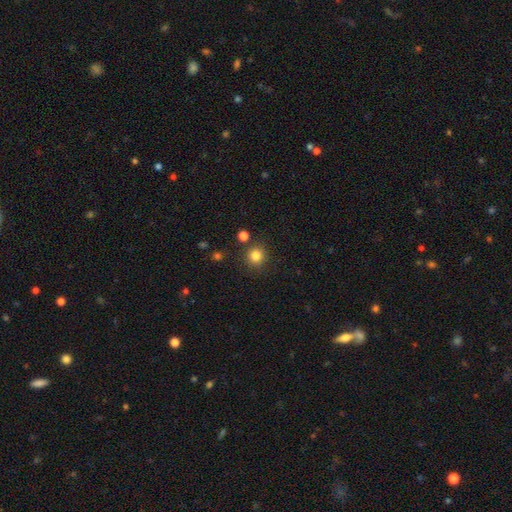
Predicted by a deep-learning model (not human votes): smooth_or_featured: smooth (p=0.83) [alt: star or artifact p=0.12]
how_rounded: round (p=0.92) [alt: in between p=0.07]
merging: none (p=0.85) [alt: minor disturbance p=0.07]